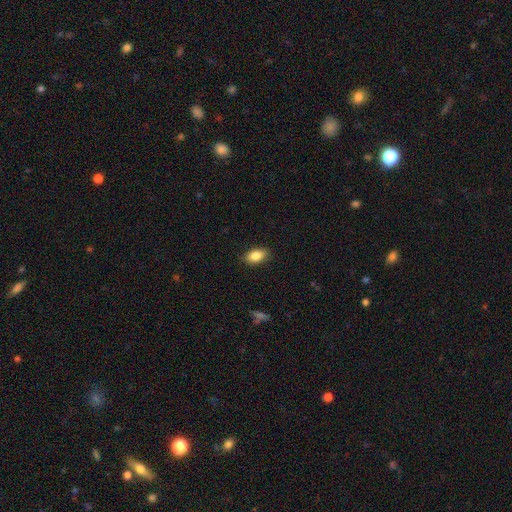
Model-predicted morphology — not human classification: Smooth or featured?
  - smooth: 86% *
  - star or artifact: 8%
  - featured or disk: 7%
How rounded?
  - in between: 91% *
  - round: 6%
  - cigar-shaped: 3%
Merging?
  - none: 87% *
  - minor disturbance: 9%
  - major disturbance: 2%
  - merger: 1%